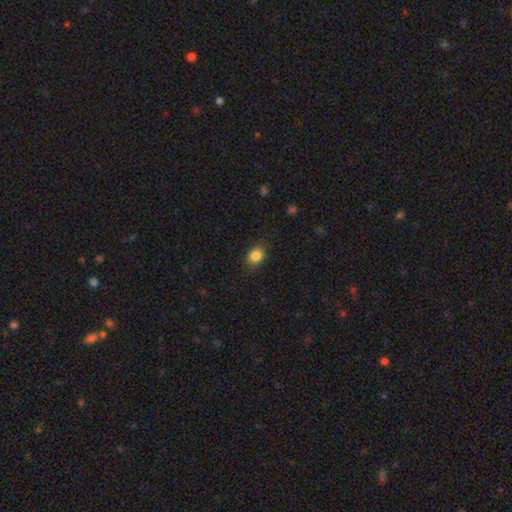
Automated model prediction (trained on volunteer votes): This is clearly a smooth galaxy (85%). How rounded: possibly in between (57%). Merging: clearly none (84%).